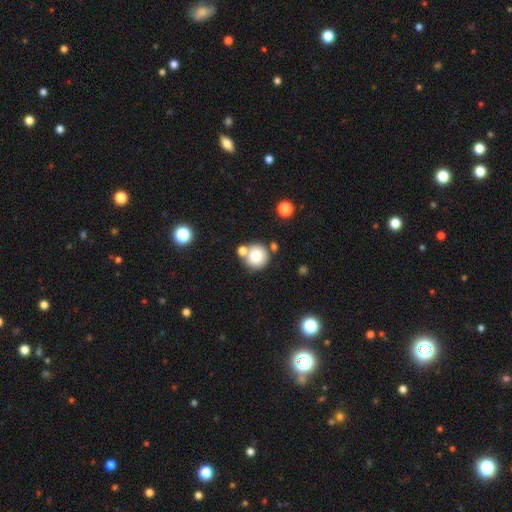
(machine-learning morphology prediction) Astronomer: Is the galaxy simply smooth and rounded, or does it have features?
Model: smooth — 81%.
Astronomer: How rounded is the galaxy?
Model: round — 92%.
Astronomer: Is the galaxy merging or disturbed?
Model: none — 65%.